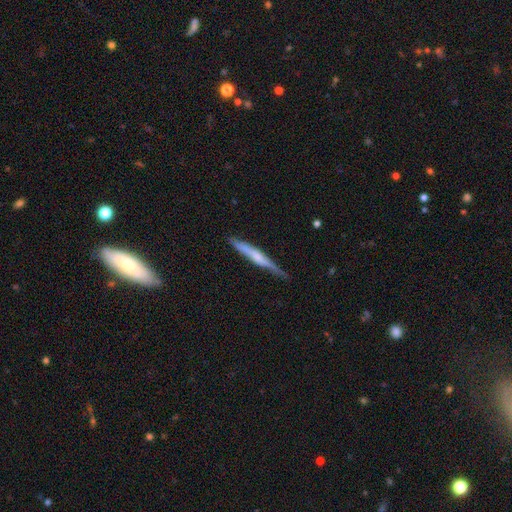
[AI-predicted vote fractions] smooth_or_featured: featured or disk (p=0.51) [alt: smooth p=0.43]
disk_edge_on: yes (p=0.95) [alt: no p=0.05]
merging: none (p=0.75) [alt: minor disturbance p=0.20]